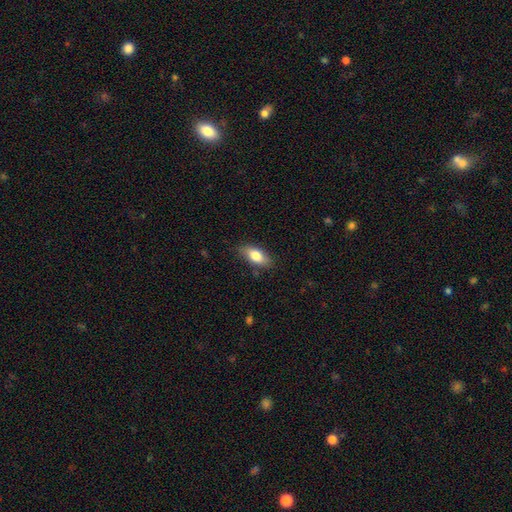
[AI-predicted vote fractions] The model was most divided on "smooth or featured": smooth: 79%, featured or disk: 14%, star or artifact: 7%. More confident: how rounded — in between (85%); merging — none (82%).